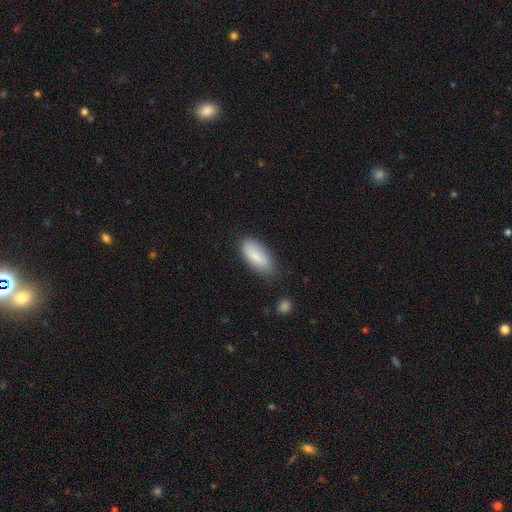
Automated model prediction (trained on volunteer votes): Q: Smooth or featured?
A: smooth (83%); runner-up: featured or disk (11%)
Q: How rounded?
A: in between (87%); runner-up: cigar-shaped (11%)
Q: Merging?
A: none (75%); runner-up: minor disturbance (19%)